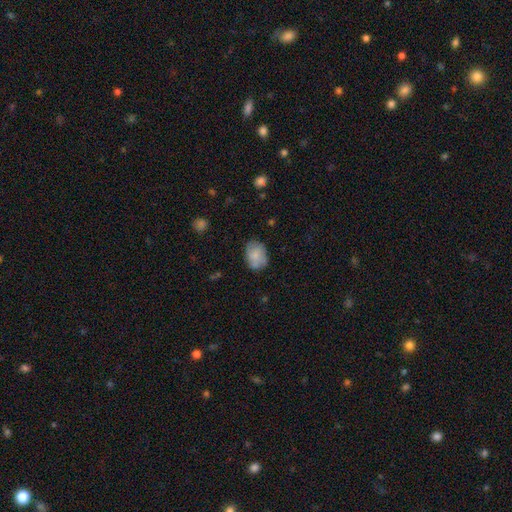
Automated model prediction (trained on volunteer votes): This is likely a smooth galaxy (71%). How rounded: likely in between (74%). Merging: likely none (72%).